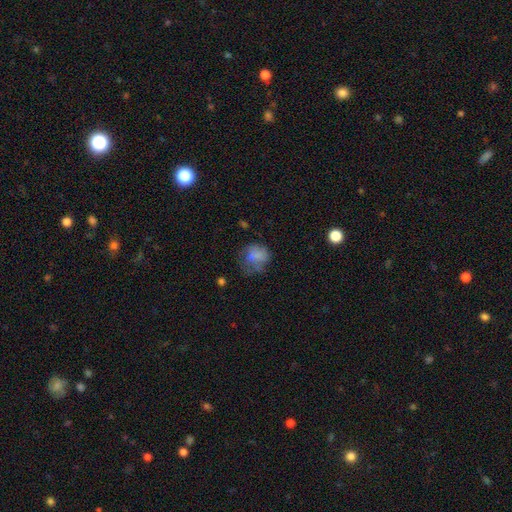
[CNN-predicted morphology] Q: Smooth or featured?
A: smooth (69%); runner-up: featured or disk (20%)
Q: How rounded?
A: round (61%); runner-up: in between (38%)
Q: Merging?
A: none (42%); runner-up: minor disturbance (29%)